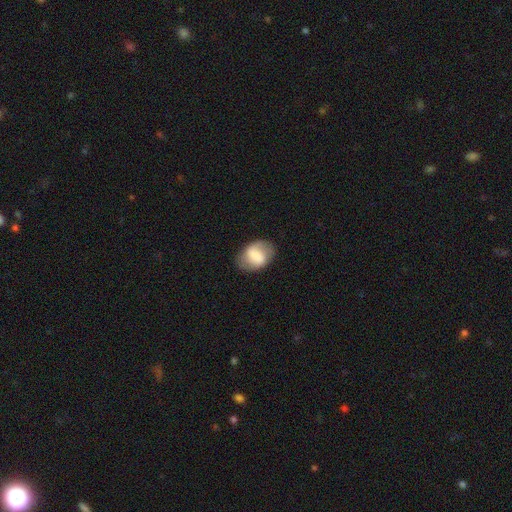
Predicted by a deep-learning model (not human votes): Overall: smooth (59%; featured or disk 34%). How rounded: in between (78%). Merging: none (73%).